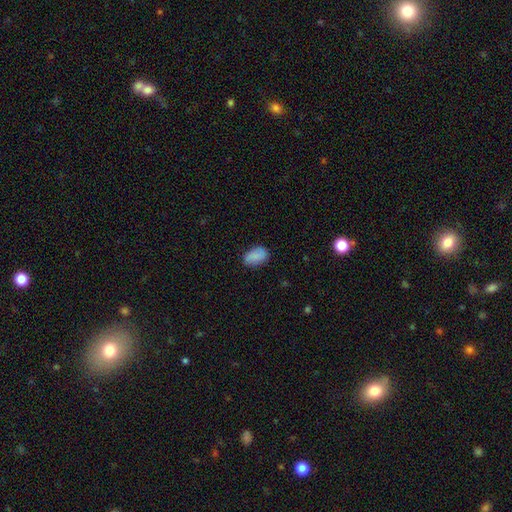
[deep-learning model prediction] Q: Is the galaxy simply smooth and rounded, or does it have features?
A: smooth — 83%.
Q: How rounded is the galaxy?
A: in between — 90%.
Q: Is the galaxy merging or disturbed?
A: none — 76%.